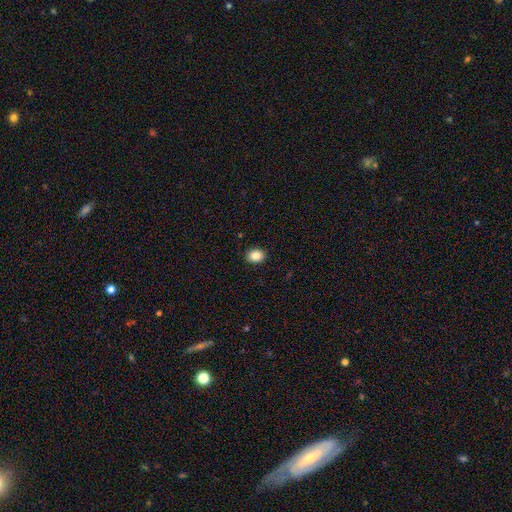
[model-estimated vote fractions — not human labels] Morphology: type=smooth (85%); roundness=in between (54%); merging=none (90%).